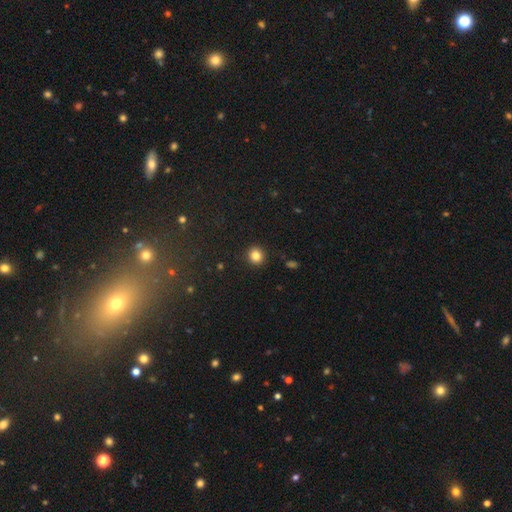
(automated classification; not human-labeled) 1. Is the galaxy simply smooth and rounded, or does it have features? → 83% smooth, 11% star or artifact, 5% featured or disk.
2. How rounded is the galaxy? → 87% round, 12% in between, 1% cigar-shaped.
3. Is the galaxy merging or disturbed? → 92% none, 6% minor disturbance, 2% major disturbance, 1% merger.